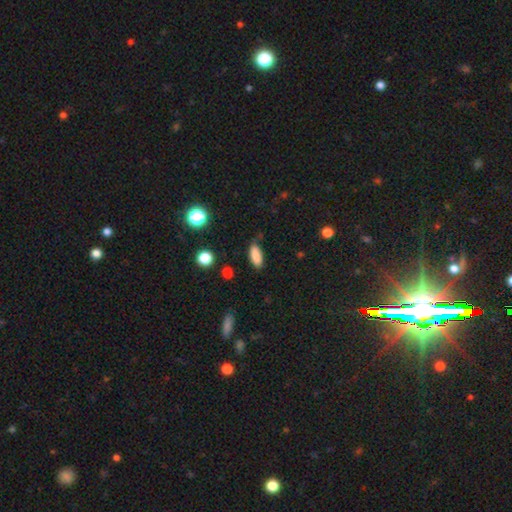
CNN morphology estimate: Smooth or featured? Predicted: smooth (p=0.86). How rounded? Predicted: in between (p=0.78). Merging? Predicted: none (p=0.81).